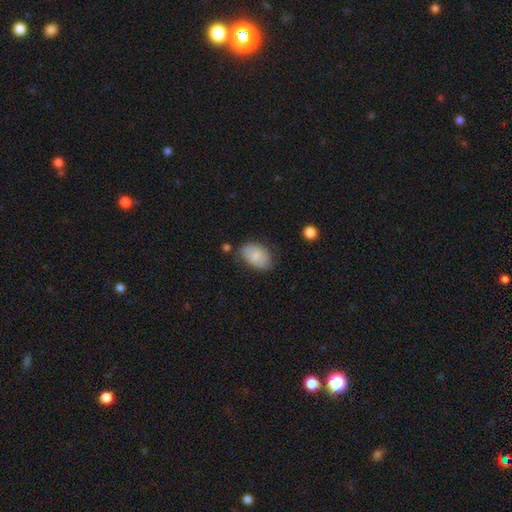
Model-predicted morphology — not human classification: This is clearly a smooth galaxy (81%). How rounded: clearly in between (89%). Merging: likely none (66%).